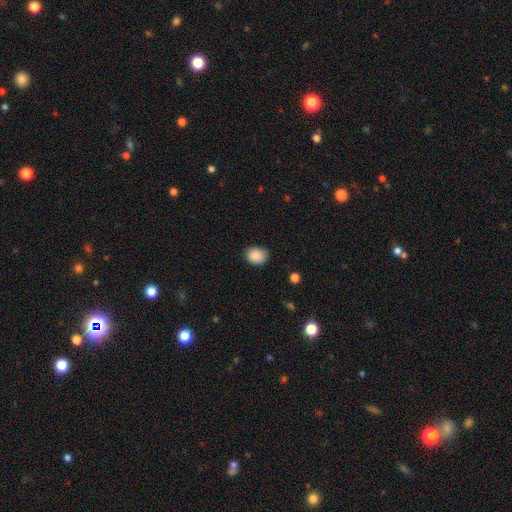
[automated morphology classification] type=smooth (87%); roundness=round (59%); merging=none (74%).